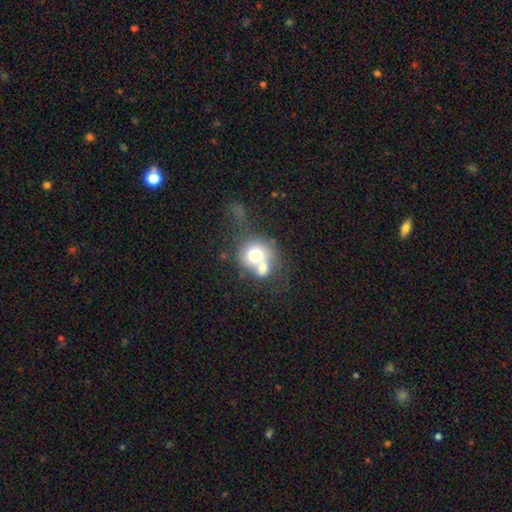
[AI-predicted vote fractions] This is likely a smooth galaxy (65%). How rounded: likely round (71%). Merging: likely merger (61%).